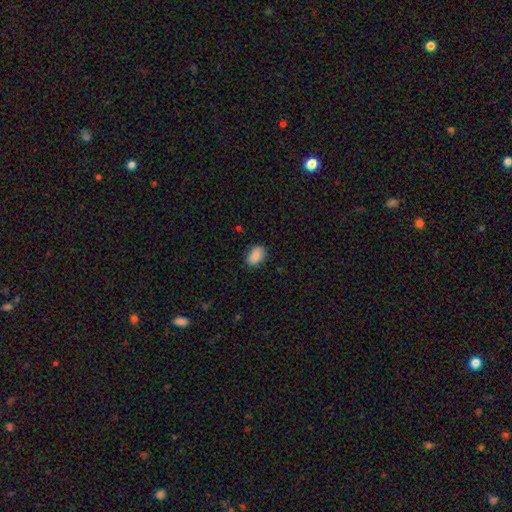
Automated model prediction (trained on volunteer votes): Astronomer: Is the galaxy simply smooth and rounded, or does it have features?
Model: smooth — 87%.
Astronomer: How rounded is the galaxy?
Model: in between — 82%.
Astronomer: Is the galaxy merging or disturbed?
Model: none — 83%.